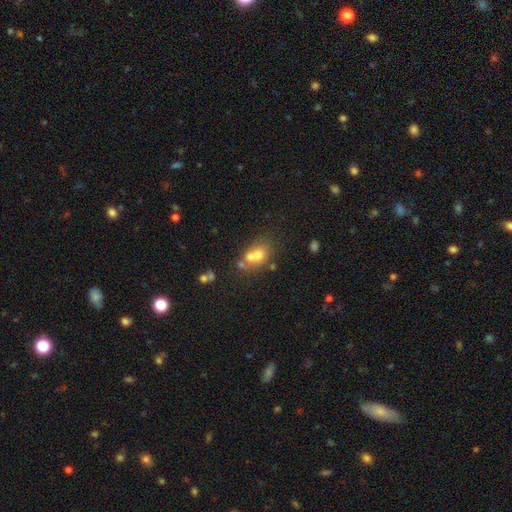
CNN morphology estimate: Smooth or featured? Predicted: smooth (p=0.62). How rounded? Predicted: round (p=0.50). Merging? Predicted: merger (p=0.50).